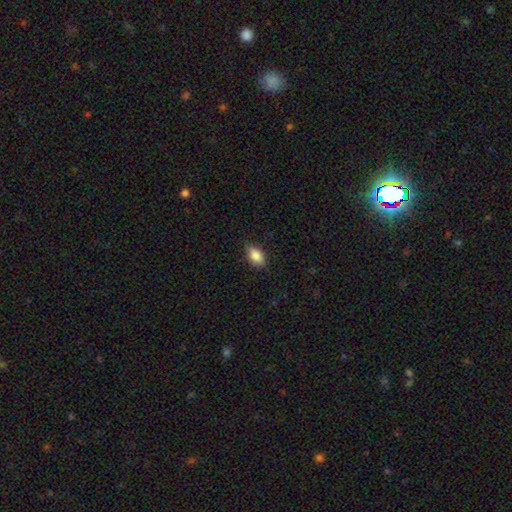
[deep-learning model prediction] A smooth galaxy with no disk features (83%) that is in between round and cigar-shaped (88%). Merging: none (80%).